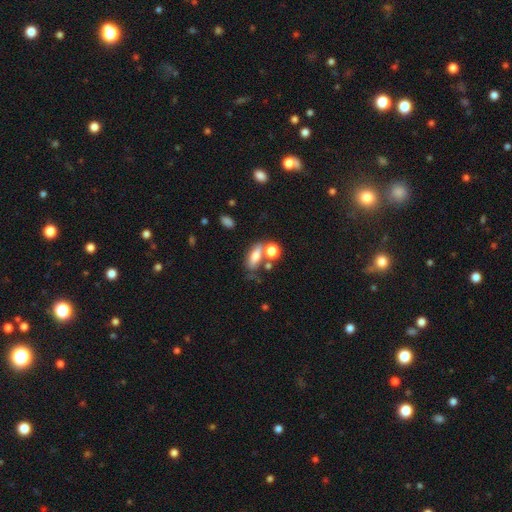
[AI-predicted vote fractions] The model was most divided on "merging": none: 51%, merger: 25%, minor disturbance: 16%, major disturbance: 8%. More confident: smooth or featured — smooth (67%); how rounded — in between (63%).